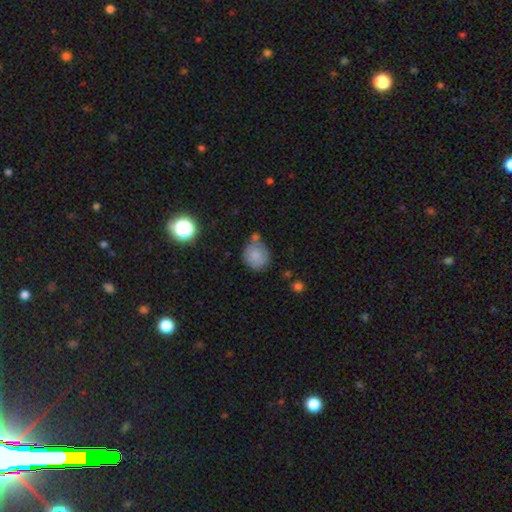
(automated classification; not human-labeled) A smooth galaxy with no disk features (81%) that is round (78%). Merging: none (58%).